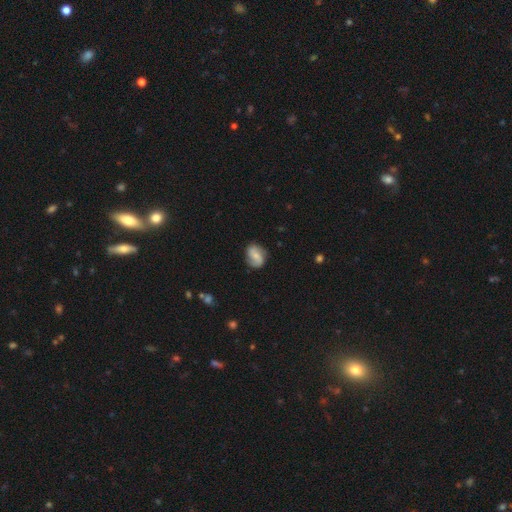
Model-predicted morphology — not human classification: featured or disk 51%, smooth 41%, star or artifact 8%. Down the decision tree: edge-on disk — no (97%); merging — none (77%).